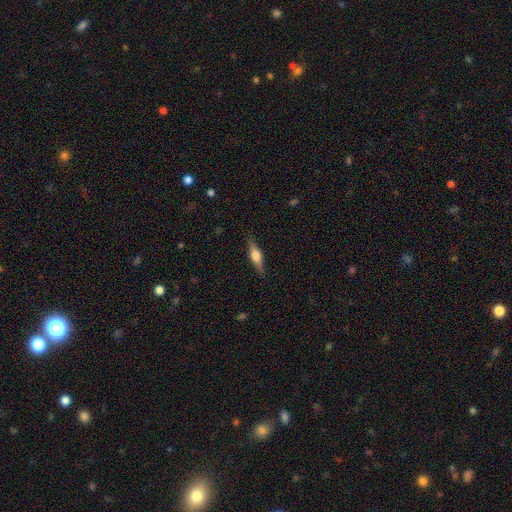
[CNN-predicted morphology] Overall: featured or disk (62%; smooth 32%). Edge-on disk: yes (96%). Edge-on bulge: rounded (89%). Merging: none (87%).